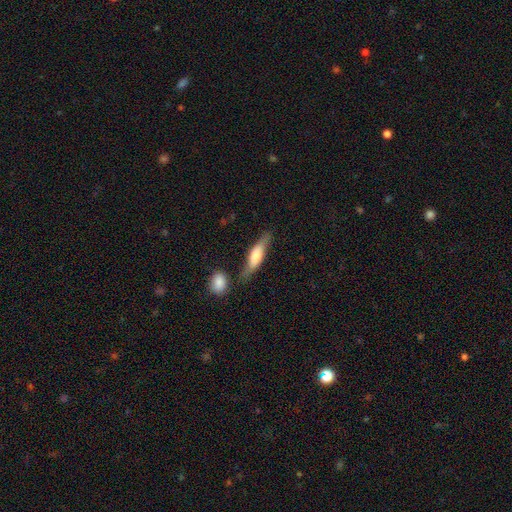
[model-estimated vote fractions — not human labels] smooth_or_featured: smooth (p=0.55) [alt: featured or disk p=0.39]
how_rounded: cigar-shaped (p=0.66) [alt: in between p=0.31]
merging: none (p=0.67) [alt: minor disturbance p=0.18]